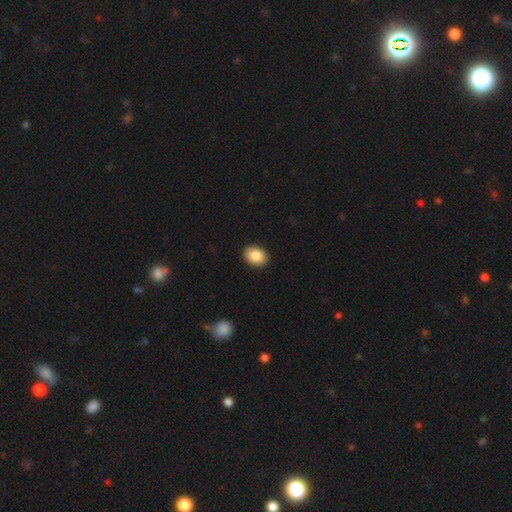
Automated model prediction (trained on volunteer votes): Smooth or featured? Predicted: smooth (p=0.86). How rounded? Predicted: in between (p=0.69). Merging? Predicted: none (p=0.91).